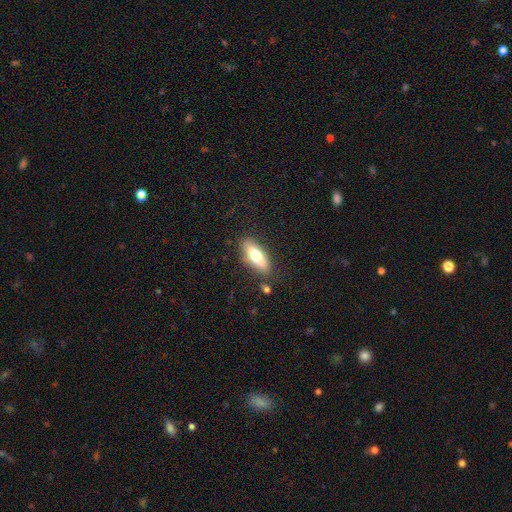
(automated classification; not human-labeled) Smooth or featured?
  - smooth: 67% *
  - featured or disk: 26%
  - star or artifact: 7%
How rounded?
  - in between: 68% *
  - cigar-shaped: 29%
  - round: 3%
Merging?
  - none: 82% *
  - minor disturbance: 12%
  - major disturbance: 3%
  - merger: 3%